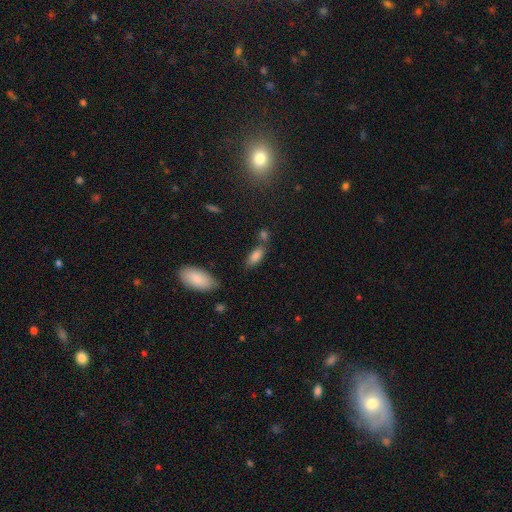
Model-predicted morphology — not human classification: The model was most divided on "merging": none: 56%, merger: 21%, minor disturbance: 18%, major disturbance: 6%. More confident: smooth or featured — smooth (83%); how rounded — in between (80%).